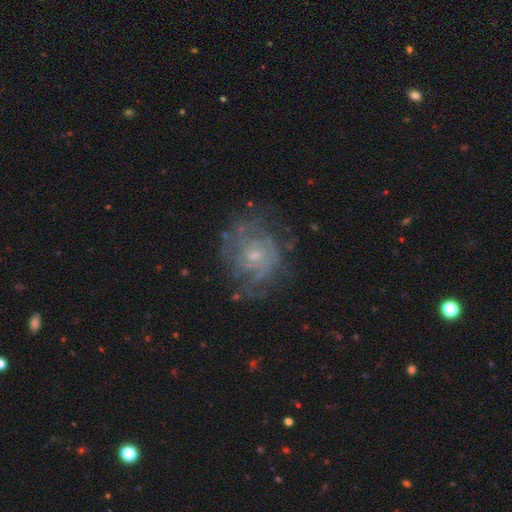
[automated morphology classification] Smooth or featured: featured or disk — 78% (smooth — 14%)
Edge-on disk: no — 98% (yes — 2%)
Bar: no — 67% (weak — 29%)
Spiral arms: yes — 84% (no — 16%)
Spiral winding: tight — 57% (medium — 33%)
Spiral arm count: can't tell — 46% (2 — 22%)
Bulge size: small — 63% (moderate — 30%)
Merging: none — 67% (minor disturbance — 19%)